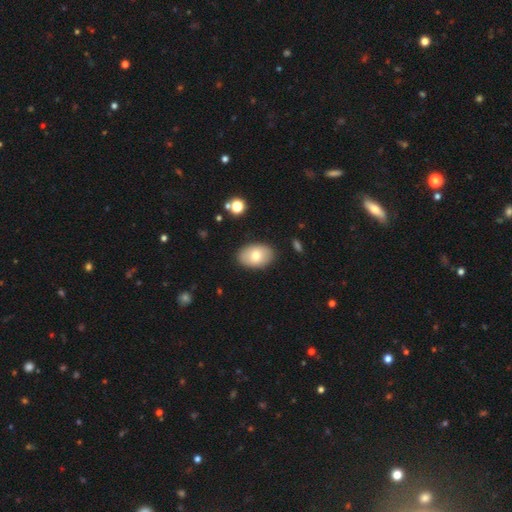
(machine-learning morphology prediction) Q: Smooth or featured?
A: smooth (73%); runner-up: featured or disk (20%)
Q: How rounded?
A: in between (87%); runner-up: round (12%)
Q: Merging?
A: none (87%); runner-up: minor disturbance (9%)